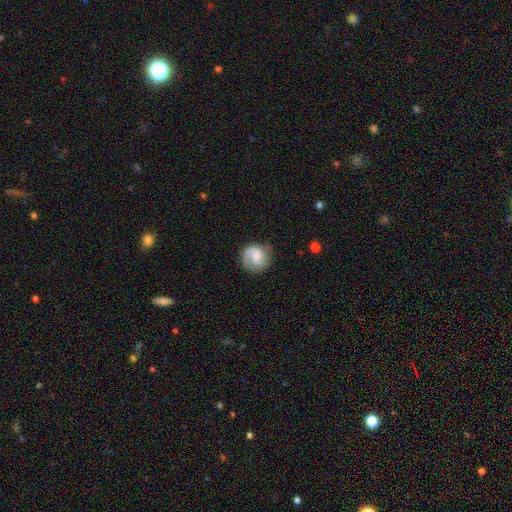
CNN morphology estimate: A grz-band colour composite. It shows a featured or disk galaxy (57%) with no bar (50%), 1 (62%) tight (44%) spiral arms (90%) and no central bulge (29%). Merging: none (68%).